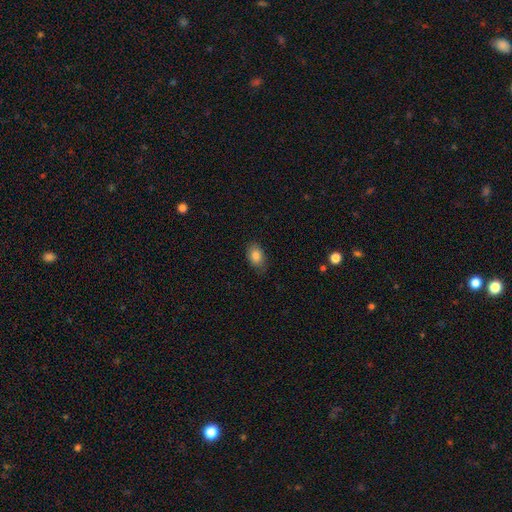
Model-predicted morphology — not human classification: A smooth galaxy with no disk features (85%) that is in between round and cigar-shaped (86%). Merging: none (80%).